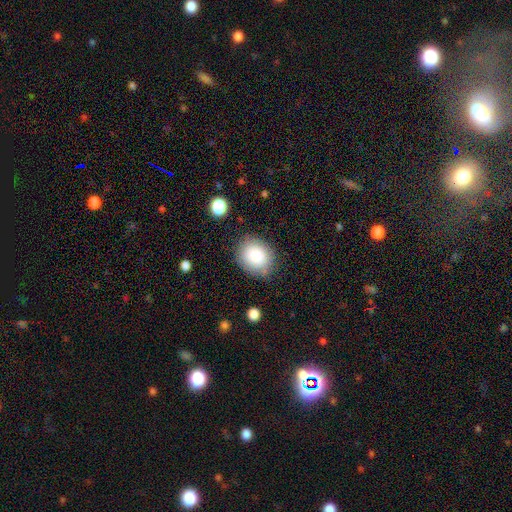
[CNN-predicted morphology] smooth_or_featured: smooth (p=0.85) [alt: star or artifact p=0.08]
how_rounded: round (p=0.58) [alt: in between p=0.41]
merging: none (p=0.79) [alt: minor disturbance p=0.14]